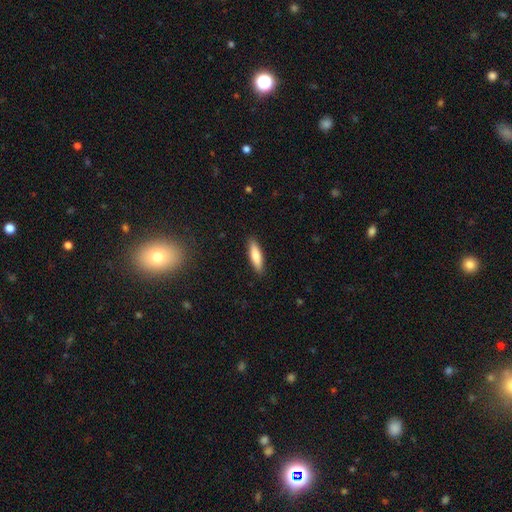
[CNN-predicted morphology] A smooth galaxy with no disk features (78%) that is cigar-shaped (66%).

Vote fractions:
- Smooth or featured? smooth: 78% / featured or disk: 16% / star or artifact: 6%
- How rounded? cigar-shaped: 66% / in between: 32% / round: 2%
- Merging? none: 90% / minor disturbance: 8% / major disturbance: 2% / merger: 1%